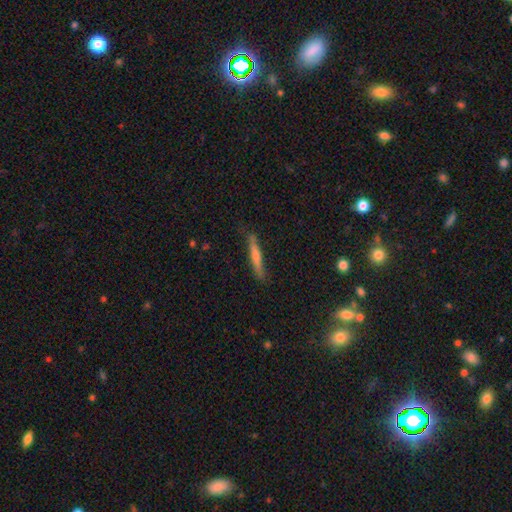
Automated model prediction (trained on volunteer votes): Overall: featured or disk (49%; smooth 36%). Merging: none (82%).